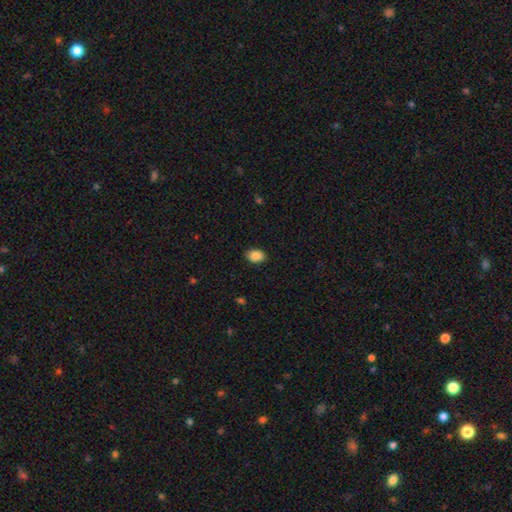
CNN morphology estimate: This appears to be a smooth galaxy with no disk features (89%) that is in between round and cigar-shaped (83%). Merging: none (88%).